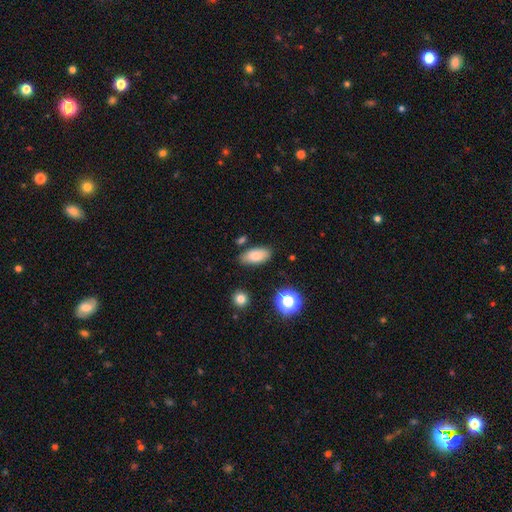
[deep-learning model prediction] This appears to be a smooth galaxy with no disk features (80%) that is in between round and cigar-shaped (90%). Merging: none (81%).